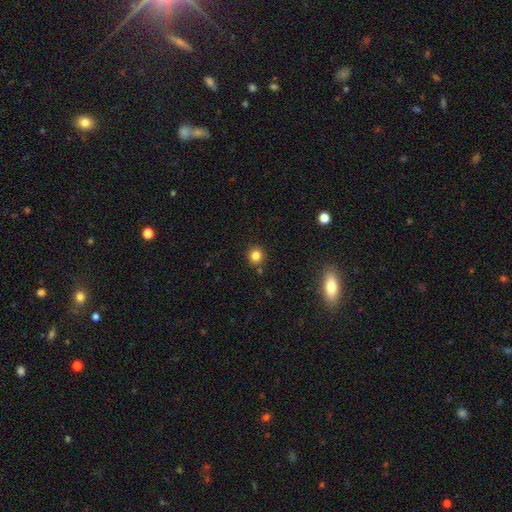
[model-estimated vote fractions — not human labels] This is clearly a smooth galaxy (83%). How rounded: clearly round (87%). Merging: clearly none (85%).